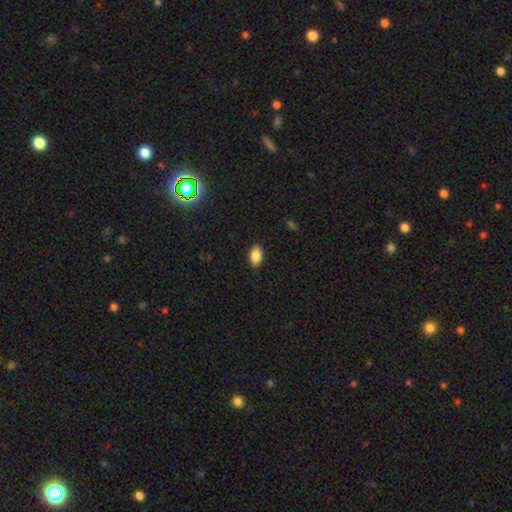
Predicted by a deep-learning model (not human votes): smooth-or-featured: smooth: 88% | star or artifact: 8% | featured or disk: 5%
  how-rounded: in between: 90% | round: 9% | cigar-shaped: 1%
  merging: none: 88% | minor disturbance: 9% | major disturbance: 2% | merger: 1%